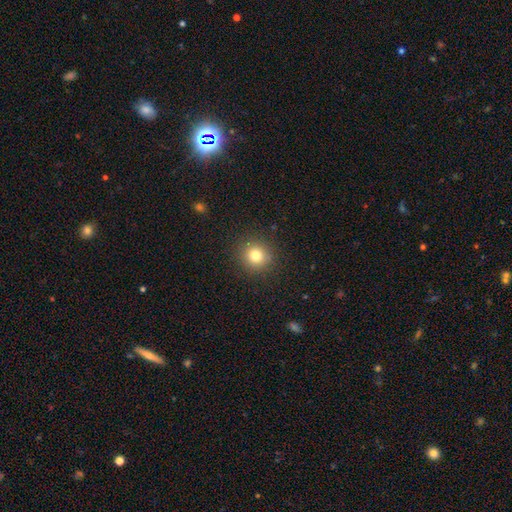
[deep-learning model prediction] This appears to be a smooth galaxy with no disk features (79%) that is round (92%). Merging: none (90%).